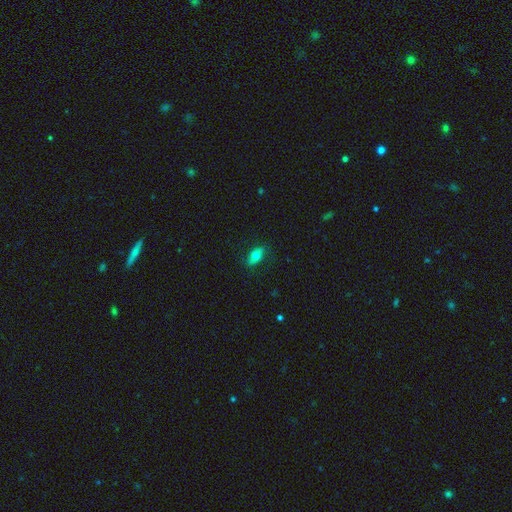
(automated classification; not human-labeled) Q: Smooth or featured?
A: smooth (67%); runner-up: featured or disk (25%)
Q: How rounded?
A: in between (83%); runner-up: round (9%)
Q: Merging?
A: none (79%); runner-up: minor disturbance (15%)